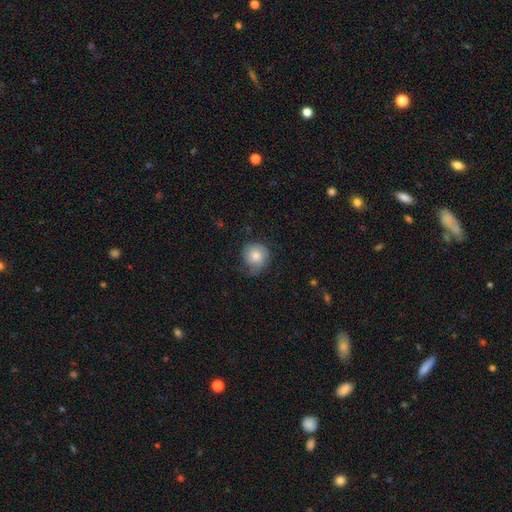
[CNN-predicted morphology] smooth-or-featured: smooth: 71% | featured or disk: 22% | star or artifact: 7%
  how-rounded: round: 85% | in between: 15% | cigar-shaped: 1%
  merging: none: 56% | minor disturbance: 30% | major disturbance: 13% | merger: 1%